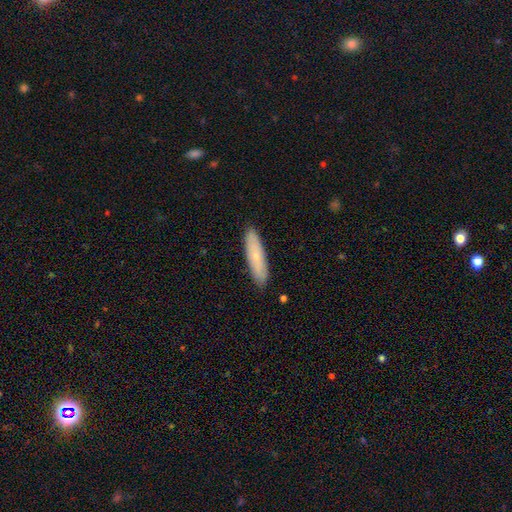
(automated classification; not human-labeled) Smooth or featured: smooth — 66% (featured or disk — 27%)
How rounded: cigar-shaped — 74% (in between — 24%)
Merging: none — 89% (minor disturbance — 8%)